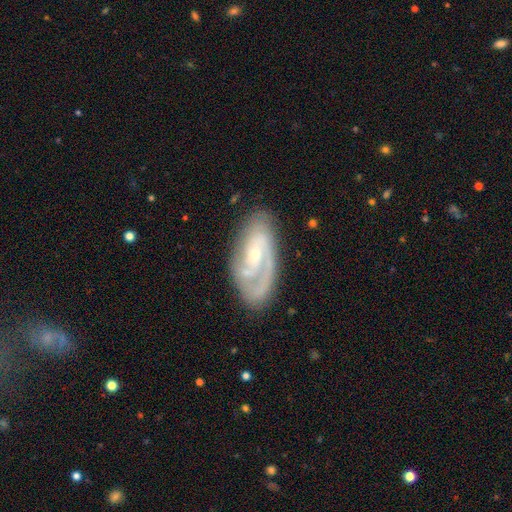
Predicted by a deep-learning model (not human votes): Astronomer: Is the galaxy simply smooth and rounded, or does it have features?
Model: featured or disk — 84%.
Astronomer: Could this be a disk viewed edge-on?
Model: no — 95%.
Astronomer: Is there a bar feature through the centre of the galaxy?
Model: no — 57% (runner-up: weak, 35%).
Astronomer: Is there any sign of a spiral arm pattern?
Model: yes — 95%.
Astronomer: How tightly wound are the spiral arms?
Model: tight — 52% (runner-up: medium, 37%).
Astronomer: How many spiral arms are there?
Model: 2 — 47%.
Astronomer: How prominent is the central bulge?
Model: small — 68%.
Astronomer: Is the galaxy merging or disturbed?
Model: none — 74%.